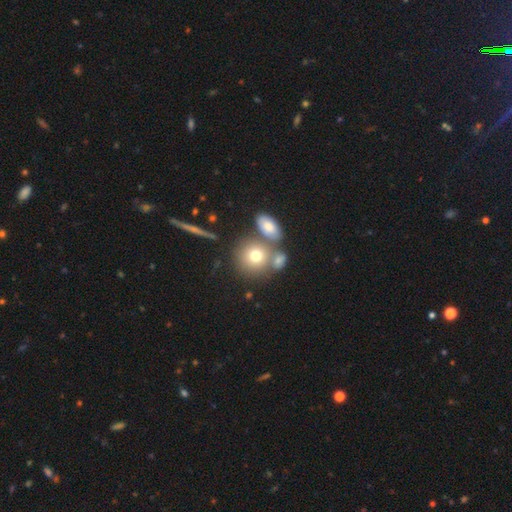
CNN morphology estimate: A smooth galaxy with no disk features (71%) that is round (82%). Merging: none (59%).